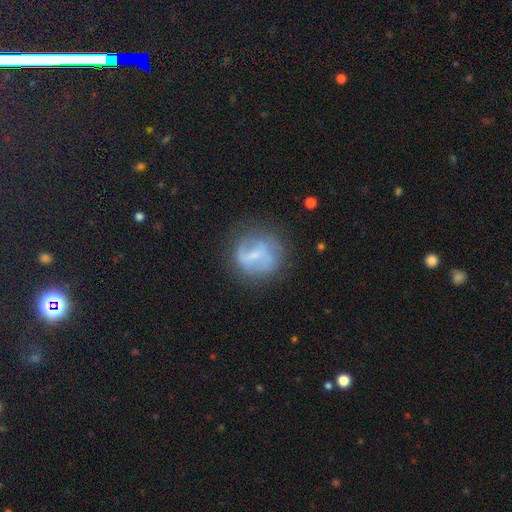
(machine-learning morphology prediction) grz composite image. It shows a featured or disk galaxy (54%) with a weak bar (44%), spiral arms (50%, tied with no) and a small central bulge (44%). Merging: none (65%).